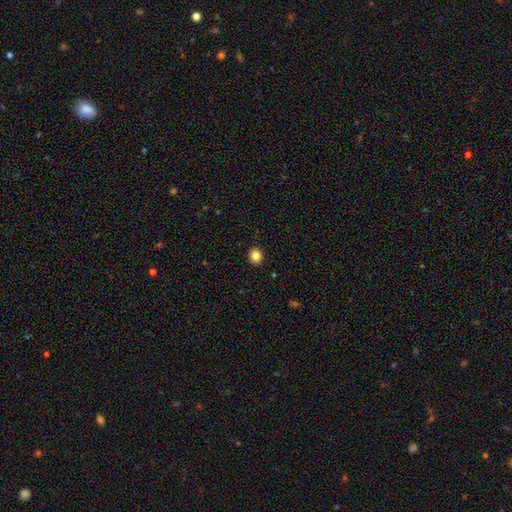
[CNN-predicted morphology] smooth-or-featured: smooth: 85% | star or artifact: 11% | featured or disk: 4%
  how-rounded: round: 79% | in between: 20% | cigar-shaped: 1%
  merging: none: 92% | minor disturbance: 6% | major disturbance: 2% | merger: 1%